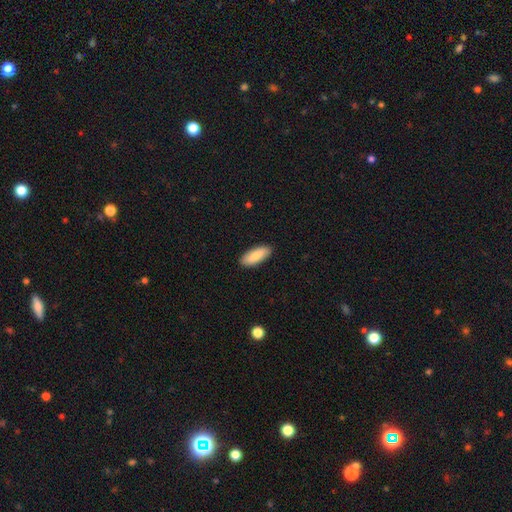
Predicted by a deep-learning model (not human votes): This is clearly a smooth galaxy (82%). How rounded: likely in between (75%). Merging: clearly none (90%).